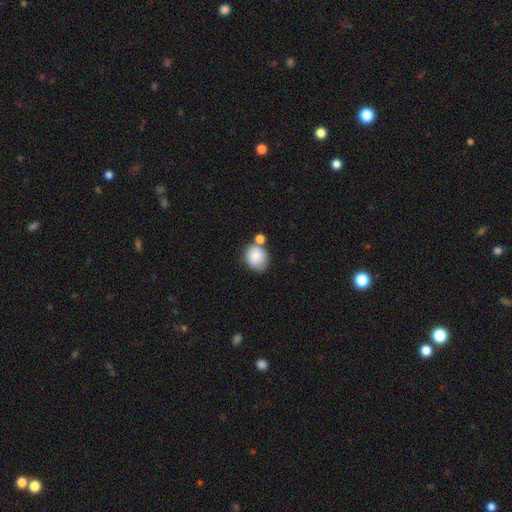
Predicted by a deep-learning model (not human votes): smooth_or_featured: smooth (p=0.80) [alt: featured or disk p=0.12]
how_rounded: round (p=0.74) [alt: in between p=0.25]
merging: none (p=0.52) [alt: merger p=0.26]